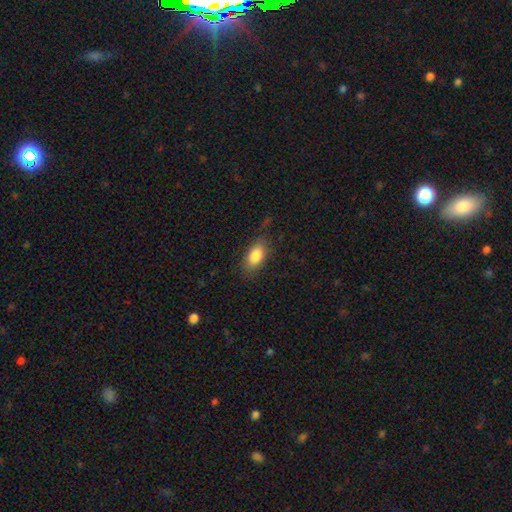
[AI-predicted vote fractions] A smooth galaxy with no disk features (84%) that is in between round and cigar-shaped (88%). Merging: none (76%).